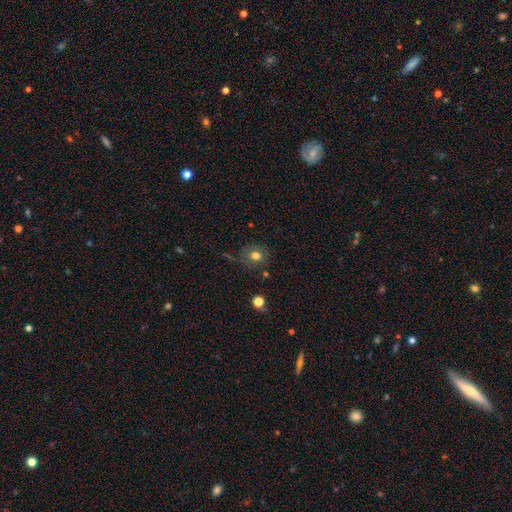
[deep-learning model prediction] smooth_or_featured: smooth (p=0.75) [alt: featured or disk p=0.13]
how_rounded: round (p=0.79) [alt: in between p=0.20]
merging: none (p=0.77) [alt: minor disturbance p=0.14]